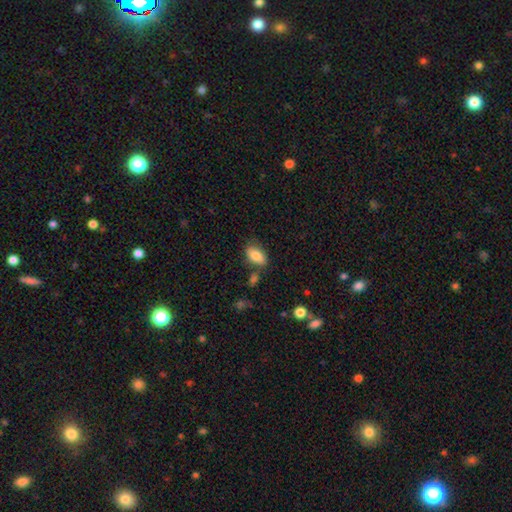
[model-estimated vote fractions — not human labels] smooth 82%, featured or disk 11%, star or artifact 7%. Down the decision tree: how rounded — in between (91%); merging — none (71%).